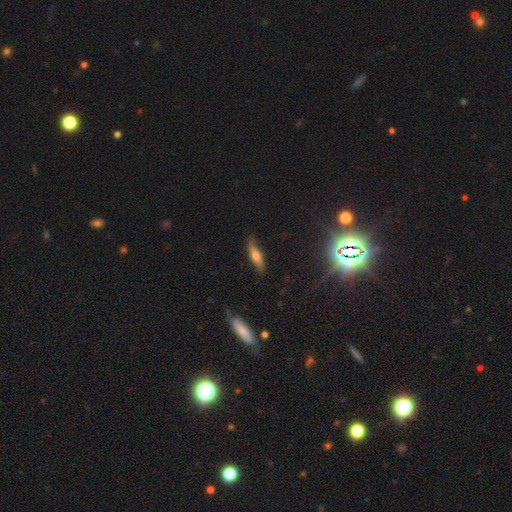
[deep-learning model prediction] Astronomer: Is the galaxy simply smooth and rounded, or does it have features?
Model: smooth — 50% (runner-up: featured or disk, 42%).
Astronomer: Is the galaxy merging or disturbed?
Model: none — 82%.